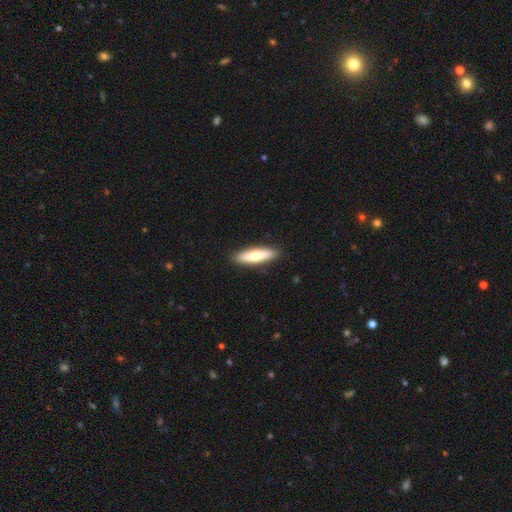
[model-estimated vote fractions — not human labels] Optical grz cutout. It shows a smooth galaxy with no disk features (68%) that is cigar-shaped (69%). Merging: none (90%).